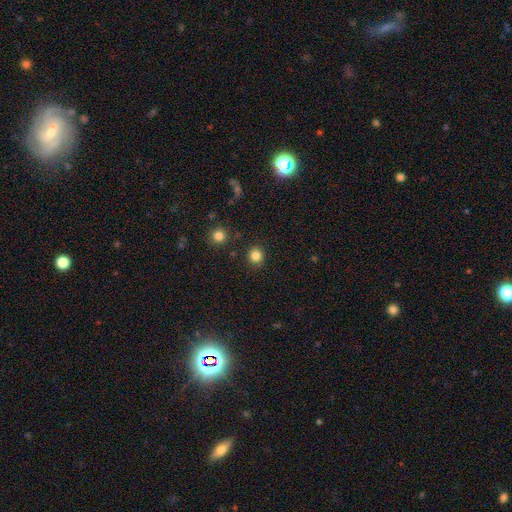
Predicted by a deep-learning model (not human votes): This is clearly a smooth galaxy (84%). How rounded: clearly round (88%). Merging: clearly none (90%).